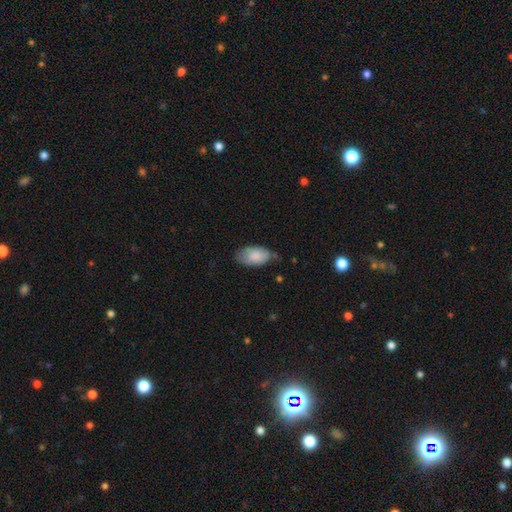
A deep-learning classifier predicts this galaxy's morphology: Smooth or featured: smooth — 84% (featured or disk — 9%)
How rounded: in between — 95% (round — 3%)
Merging: none — 59% (minor disturbance — 33%)